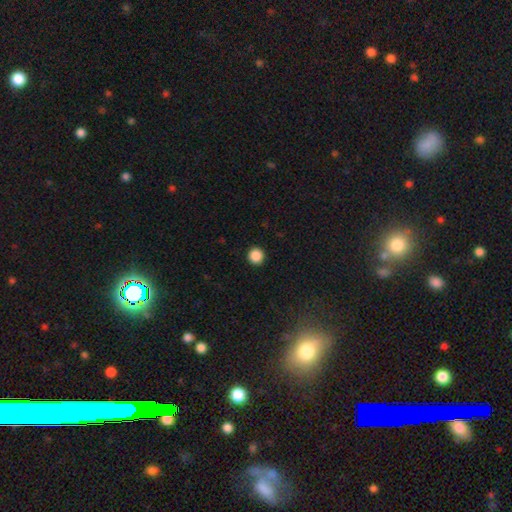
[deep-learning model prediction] Overall: smooth (88%). How rounded: round (96%). Merging: none (94%).